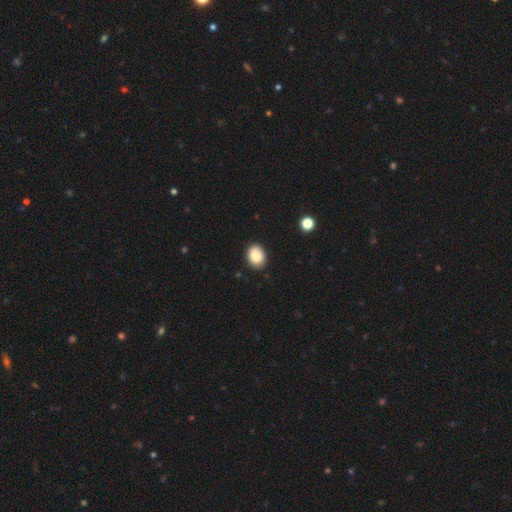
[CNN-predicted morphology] A smooth galaxy with no disk features (88%) that is in between round and cigar-shaped (59%). Merging: none (85%).